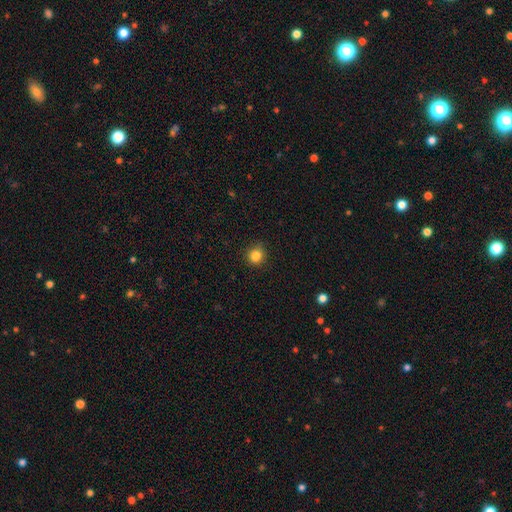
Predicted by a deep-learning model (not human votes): A smooth galaxy with no disk features (85%) that is round (89%).

Vote fractions:
- Smooth or featured? smooth: 85% / star or artifact: 12% / featured or disk: 4%
- How rounded? round: 89% / in between: 10% / cigar-shaped: 1%
- Merging? none: 88% / minor disturbance: 9% / major disturbance: 2% / merger: 1%